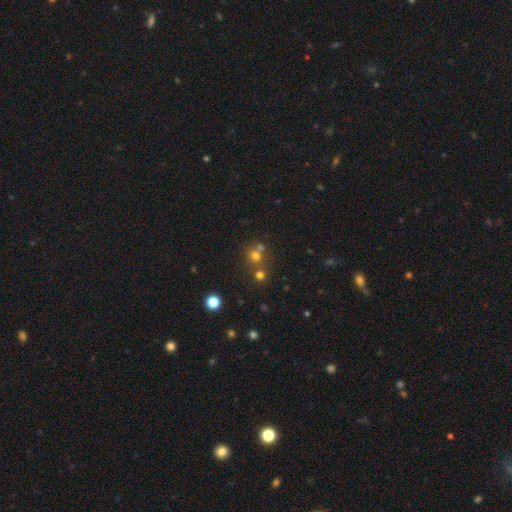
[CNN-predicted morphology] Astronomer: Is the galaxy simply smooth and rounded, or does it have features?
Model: smooth — 65%.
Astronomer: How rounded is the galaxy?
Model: round — 89%.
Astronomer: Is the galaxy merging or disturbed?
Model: none — 58%.